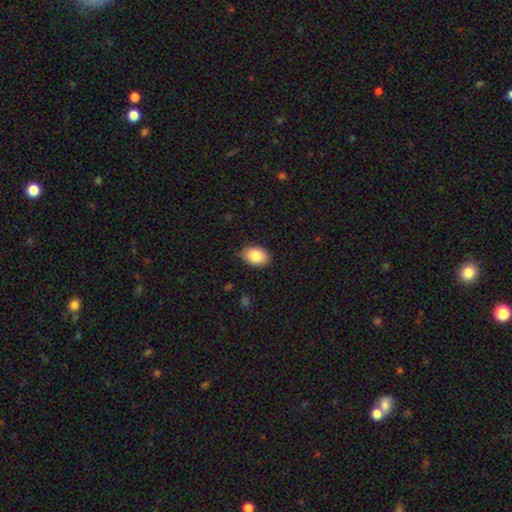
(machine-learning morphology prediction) Smooth or featured: smooth — 85% (featured or disk — 8%)
How rounded: in between — 83% (round — 16%)
Merging: none — 84% (minor disturbance — 12%)